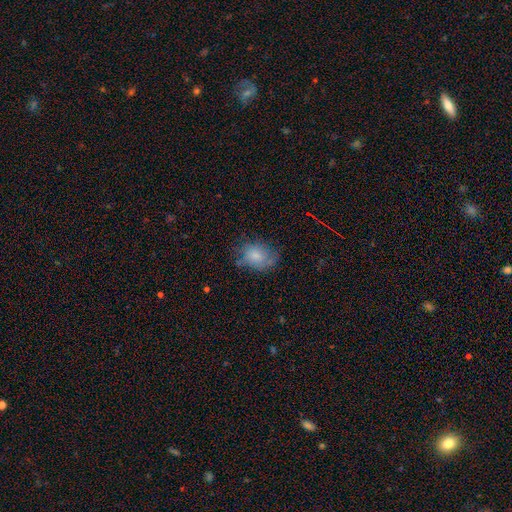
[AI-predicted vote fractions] The model was most divided on "merging": none: 58%, minor disturbance: 28%, major disturbance: 11%, merger: 3%. More confident: smooth or featured — smooth (72%); how rounded — in between (66%).